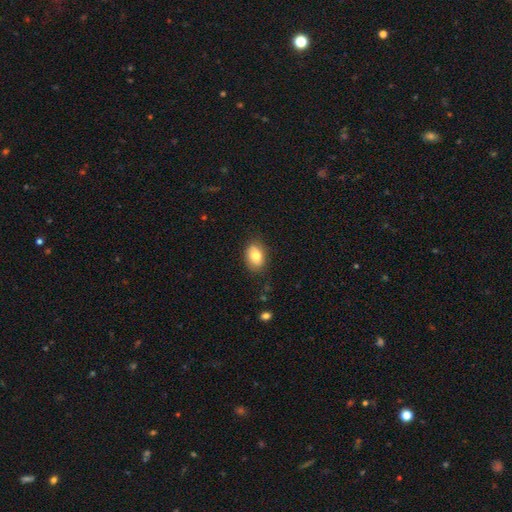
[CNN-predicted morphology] Smooth or featured?
  - smooth: 78% *
  - featured or disk: 15%
  - star or artifact: 8%
How rounded?
  - in between: 80% *
  - round: 19%
  - cigar-shaped: 1%
Merging?
  - none: 81% *
  - minor disturbance: 15%
  - major disturbance: 3%
  - merger: 1%